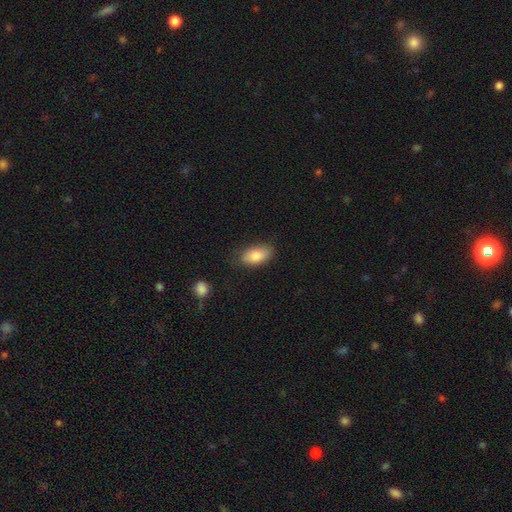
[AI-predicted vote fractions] This appears to be a smooth galaxy with no disk features (83%) that is in between round and cigar-shaped (91%). Merging: none (80%).